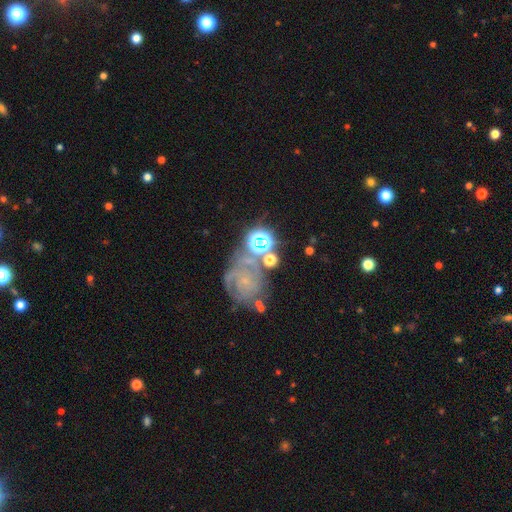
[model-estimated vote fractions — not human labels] This appears to be a star or artifact, not a galaxy (42%).